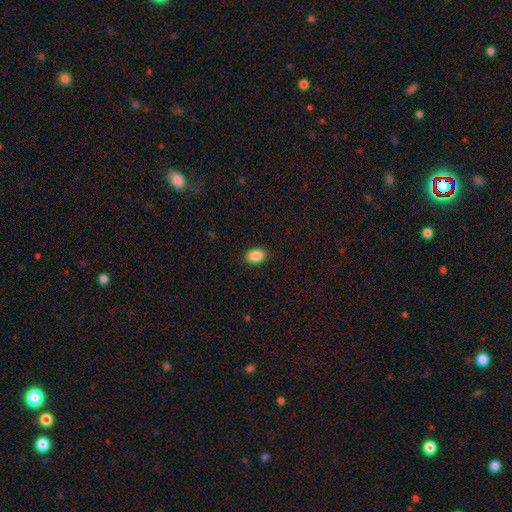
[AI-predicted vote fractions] Smooth or featured: smooth — 89% (star or artifact — 8%)
How rounded: in between — 87% (round — 12%)
Merging: none — 89% (minor disturbance — 8%)